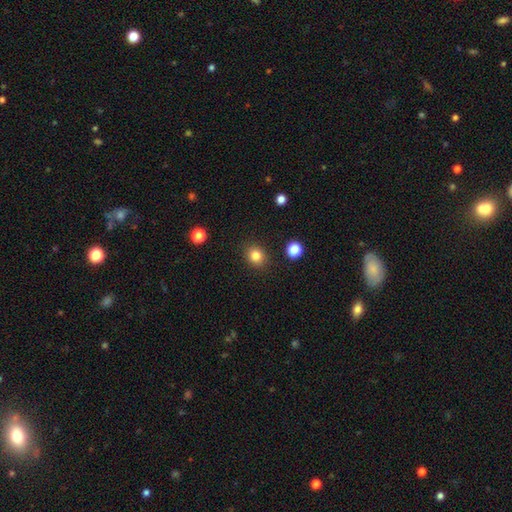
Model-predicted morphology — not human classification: smooth 83%, star or artifact 12%, featured or disk 5%. Down the decision tree: how rounded — round (75%); merging — none (89%).